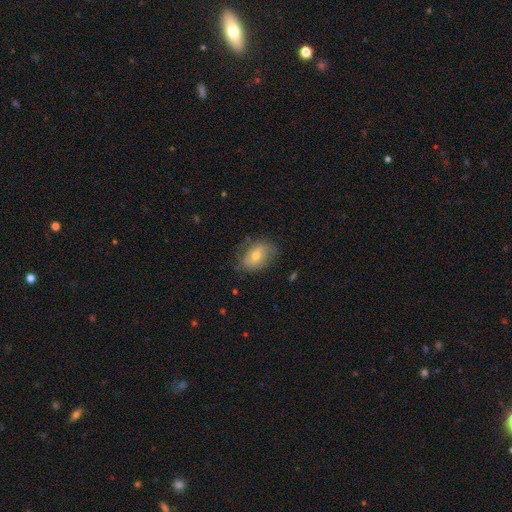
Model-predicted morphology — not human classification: This appears to be a featured or disk galaxy (46%, tied with smooth). Merging: none (67%).